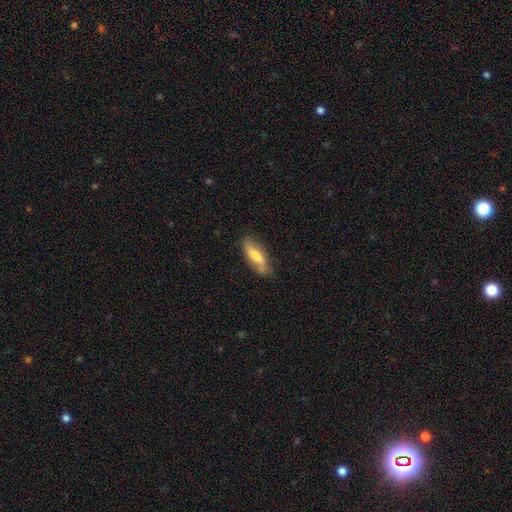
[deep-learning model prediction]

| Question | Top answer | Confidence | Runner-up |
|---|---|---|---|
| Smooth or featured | smooth | 62% | featured or disk (32%) |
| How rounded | in between | 59% | cigar-shaped (38%) |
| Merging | none | 71% | minor disturbance (22%) |